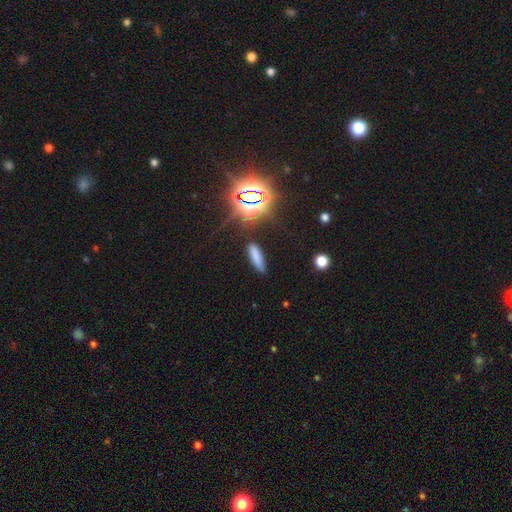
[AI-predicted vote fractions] This is likely a smooth galaxy (72%). How rounded: likely cigar-shaped (62%). Merging: clearly none (83%).